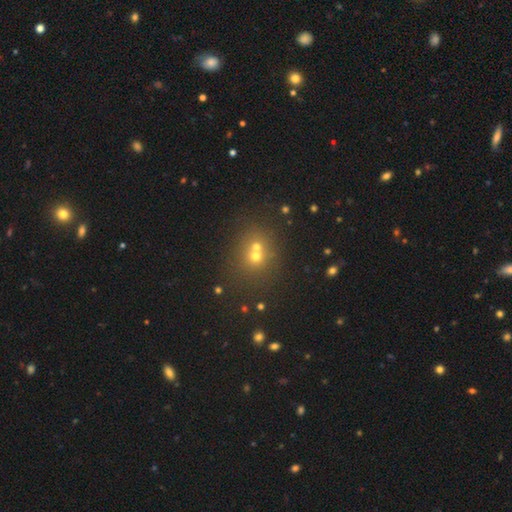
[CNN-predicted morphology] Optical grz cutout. It shows a smooth galaxy with no disk features (57%) that is round (81%). Merging: none (46%).